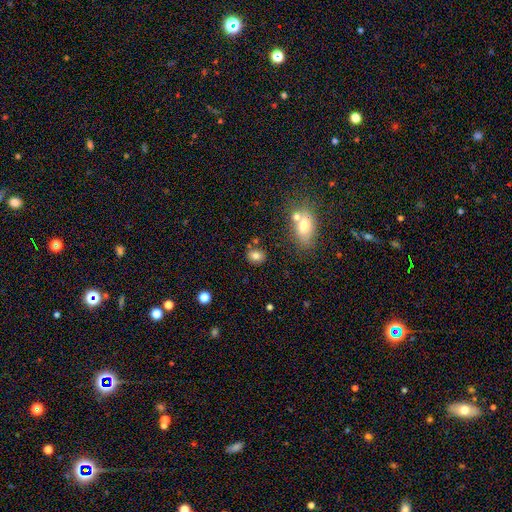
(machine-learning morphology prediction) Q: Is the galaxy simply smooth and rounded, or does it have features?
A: smooth — 79%.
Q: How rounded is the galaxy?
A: round — 62%.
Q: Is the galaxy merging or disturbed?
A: none — 80%.